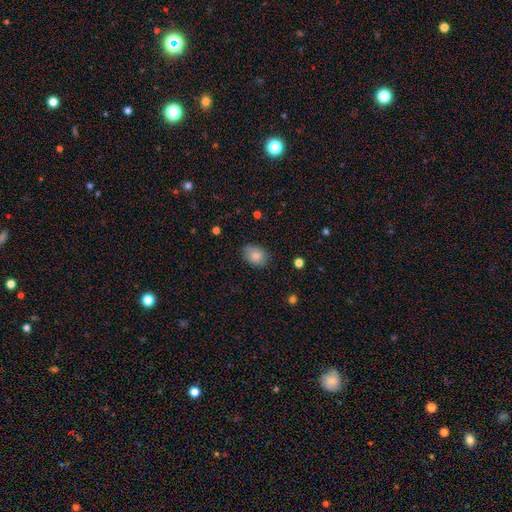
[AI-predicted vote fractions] smooth_or_featured: smooth (p=0.82) [alt: featured or disk p=0.10]
how_rounded: in between (p=0.71) [alt: round p=0.28]
merging: none (p=0.78) [alt: minor disturbance p=0.17]